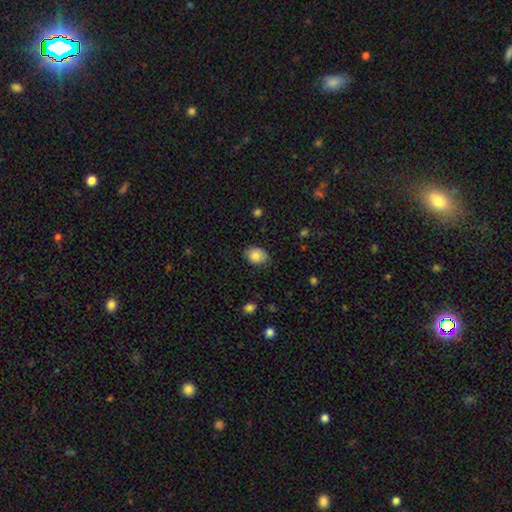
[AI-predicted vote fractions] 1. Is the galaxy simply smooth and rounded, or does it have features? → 84% smooth, 8% star or artifact, 7% featured or disk.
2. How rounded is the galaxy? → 70% in between, 29% round, 1% cigar-shaped.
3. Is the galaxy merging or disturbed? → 78% none, 18% minor disturbance, 3% major disturbance, 1% merger.